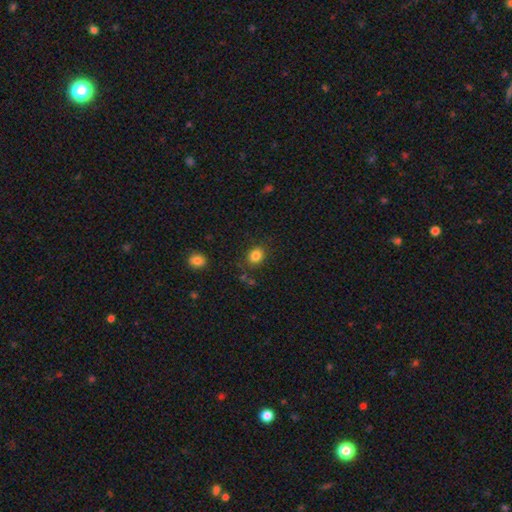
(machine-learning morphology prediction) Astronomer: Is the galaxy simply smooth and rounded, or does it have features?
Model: smooth — 84%.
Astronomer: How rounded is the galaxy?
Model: round — 61% (runner-up: in between, 38%).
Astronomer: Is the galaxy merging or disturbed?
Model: none — 83%.